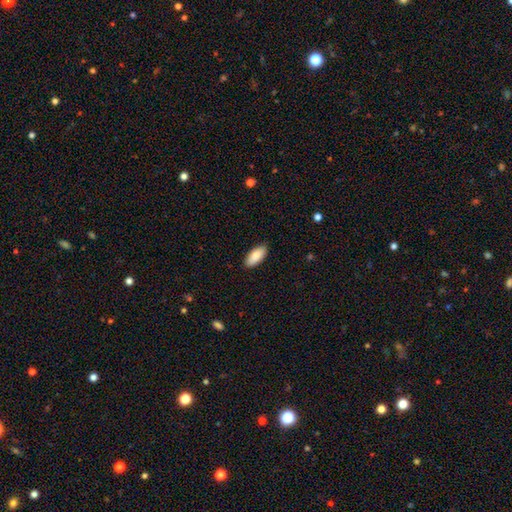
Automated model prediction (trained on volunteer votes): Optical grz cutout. It shows a smooth galaxy with no disk features (88%) that is in between round and cigar-shaped (89%). Merging: none (89%).